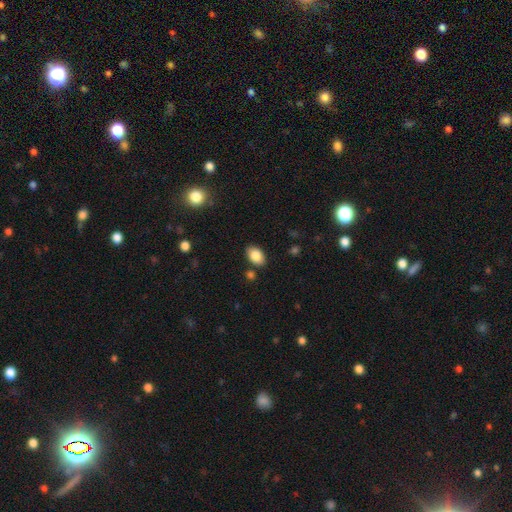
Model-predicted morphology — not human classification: type=smooth (85%); roundness=in between (89%); merging=none (84%).